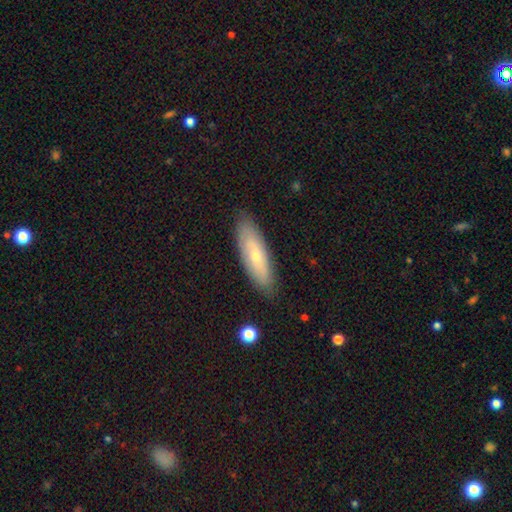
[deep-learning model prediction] Smooth or featured? Predicted: smooth (p=0.54). How rounded? Predicted: in between (p=0.52). Merging? Predicted: none (p=0.85).